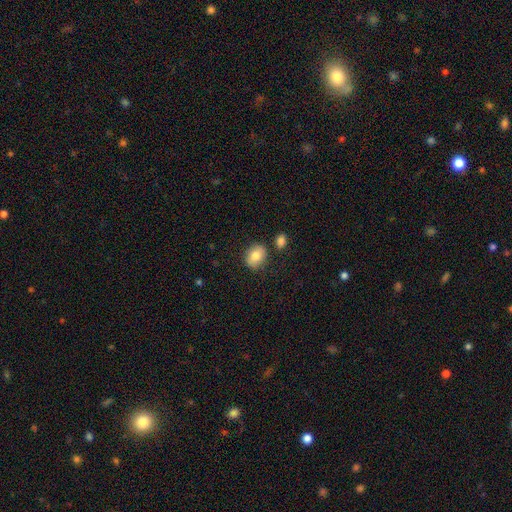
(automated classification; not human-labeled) Q: Smooth or featured?
A: smooth (82%); runner-up: featured or disk (10%)
Q: How rounded?
A: in between (51%); runner-up: round (48%)
Q: Merging?
A: none (80%); runner-up: minor disturbance (11%)